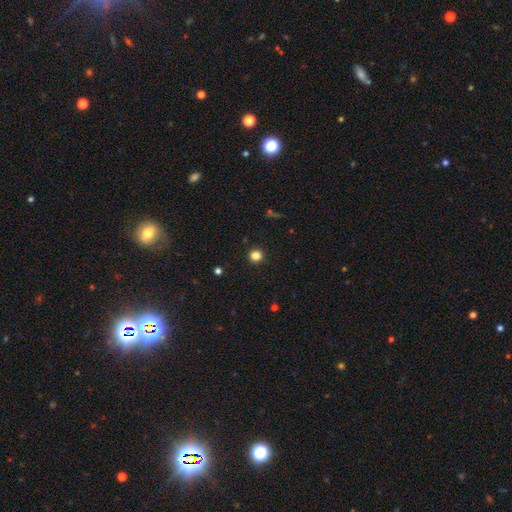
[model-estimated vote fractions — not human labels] This is clearly a smooth galaxy (83%). How rounded: clearly round (96%). Merging: clearly none (93%).